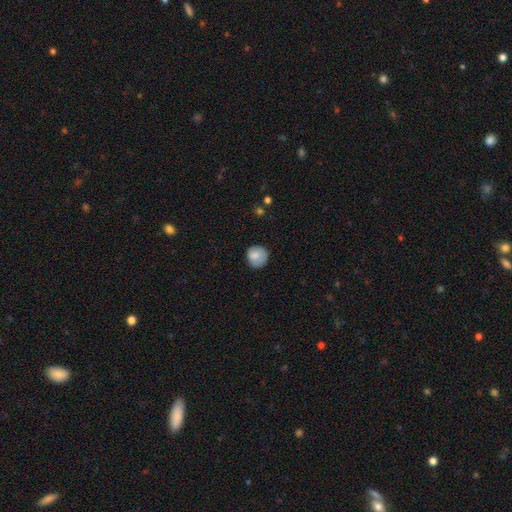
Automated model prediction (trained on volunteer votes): The model was most divided on "merging": none: 75%, minor disturbance: 19%, major disturbance: 4%, merger: 1%. More confident: how rounded — round (88%); smooth or featured — smooth (82%).